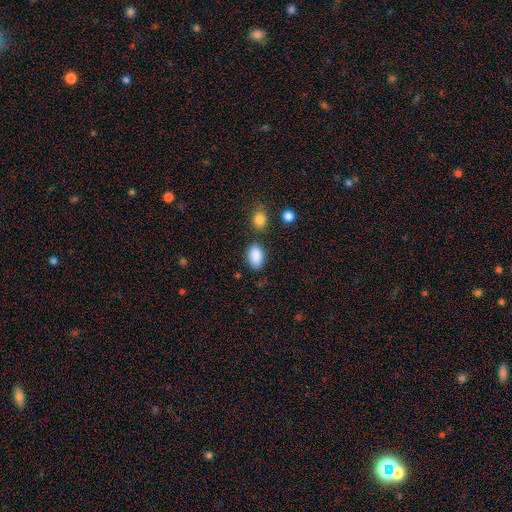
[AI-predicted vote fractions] Smooth or featured: smooth — 89% (star or artifact — 8%)
How rounded: in between — 90% (round — 9%)
Merging: none — 76% (minor disturbance — 14%)